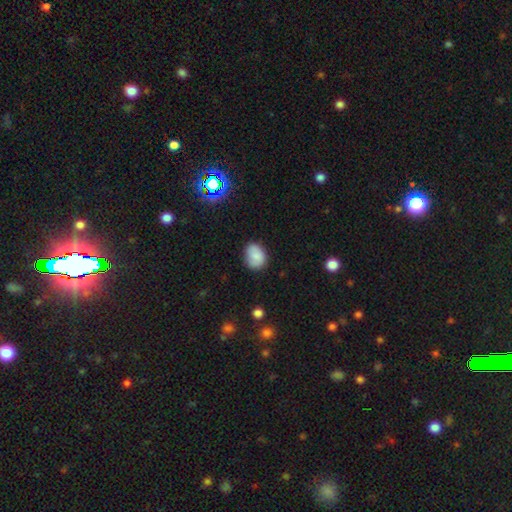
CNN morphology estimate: type=smooth (84%); roundness=in between (56%); merging=none (73%).